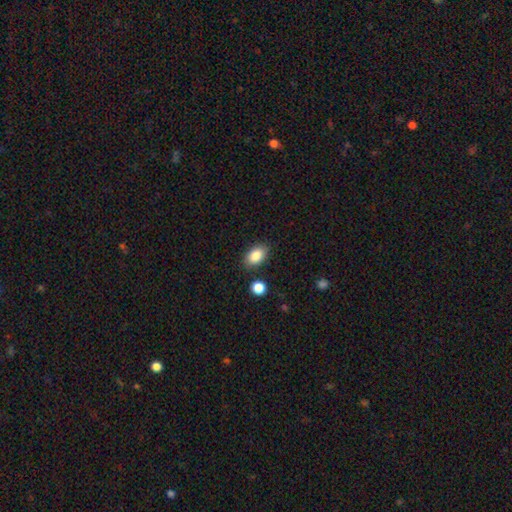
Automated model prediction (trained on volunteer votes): Morphology: type=smooth (87%); roundness=in between (90%); merging=none (84%).